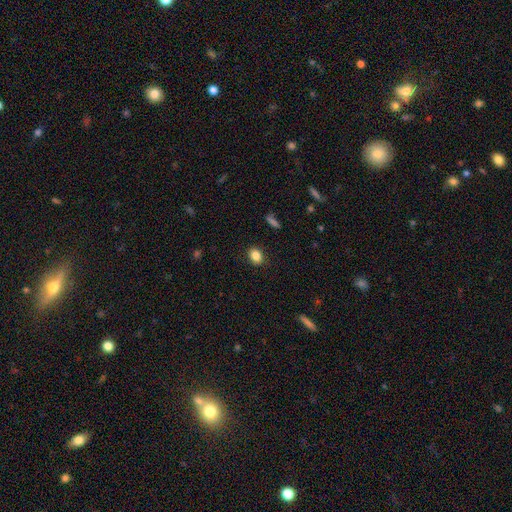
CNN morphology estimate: smooth-or-featured: smooth: 85% | star or artifact: 10% | featured or disk: 5%
  how-rounded: in between: 63% | round: 36% | cigar-shaped: 1%
  merging: none: 88% | minor disturbance: 8% | major disturbance: 2% | merger: 1%